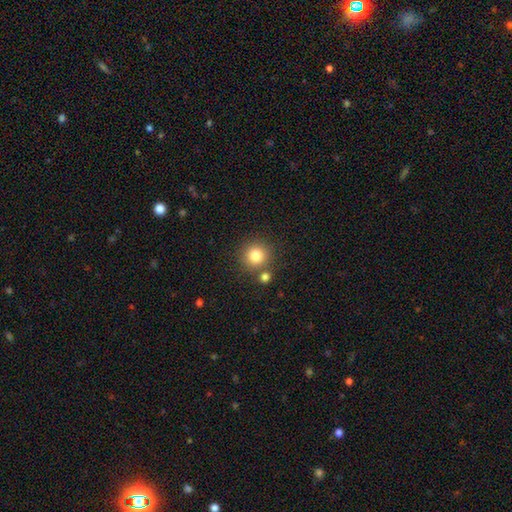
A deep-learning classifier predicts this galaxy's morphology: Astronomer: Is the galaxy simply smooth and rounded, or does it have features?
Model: smooth — 81%.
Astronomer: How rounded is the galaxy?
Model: round — 94%.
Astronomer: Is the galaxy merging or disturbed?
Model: none — 78%.